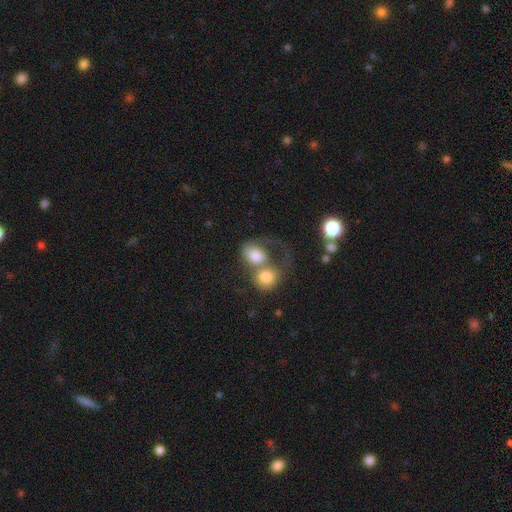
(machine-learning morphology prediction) Smooth or featured? Predicted: smooth (p=0.69). How rounded? Predicted: round (p=0.51). Merging? Predicted: merger (p=0.69).